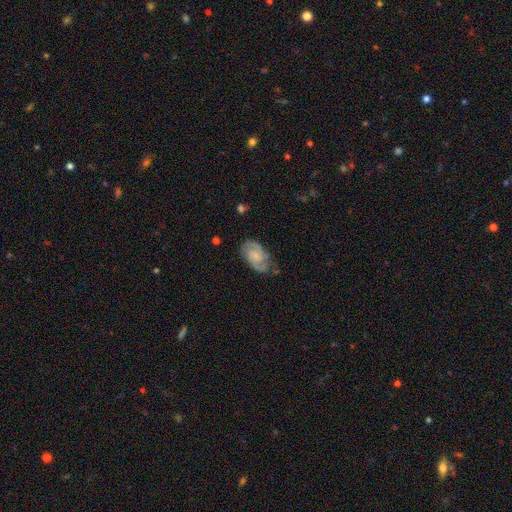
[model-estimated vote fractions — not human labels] The model was most divided on "spiral winding": medium: 45%, tight: 43%, loose: 12%. Remaining: edge-on disk — no (97%); spiral arms — yes (94%); spiral arm count — 2 (73%); smooth or featured — featured or disk (73%); merging — none (70%); bar — no (57%); bulge size — small (49%).